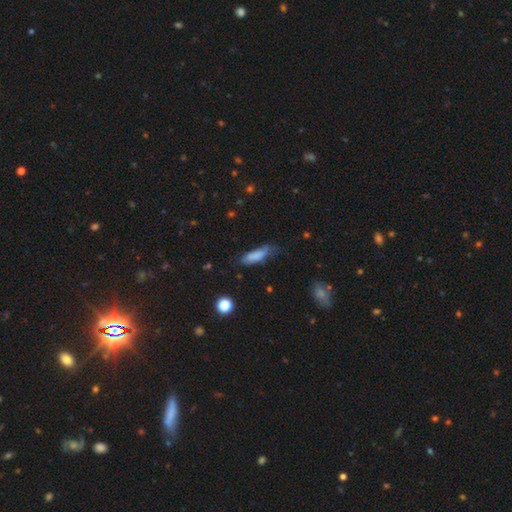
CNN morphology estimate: Smooth or featured: smooth — 78% (featured or disk — 13%)
How rounded: cigar-shaped — 51% (in between — 46%)
Merging: none — 49% (minor disturbance — 34%)